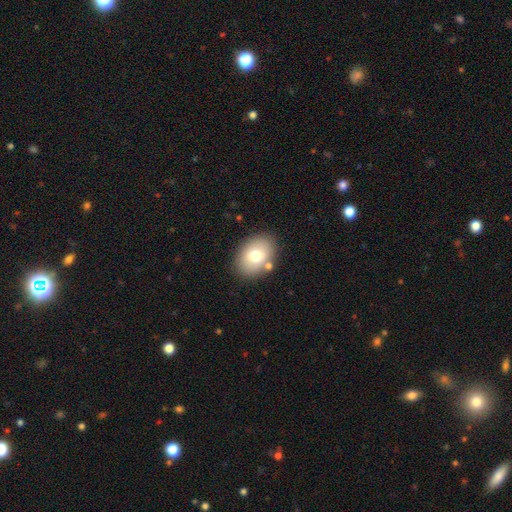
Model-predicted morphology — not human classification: A smooth galaxy with no disk features (72%) that is in between round and cigar-shaped (73%).

Vote fractions:
- Smooth or featured? smooth: 72% / featured or disk: 19% / star or artifact: 9%
- How rounded? in between: 73% / round: 26% / cigar-shaped: 1%
- Merging? none: 79% / minor disturbance: 11% / merger: 6% / major disturbance: 3%